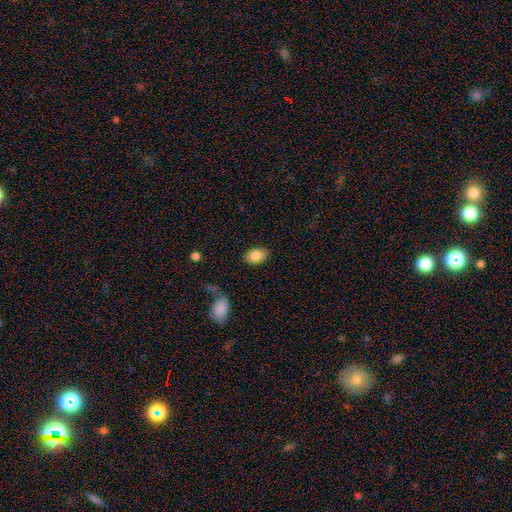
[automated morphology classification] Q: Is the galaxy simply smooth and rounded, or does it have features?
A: smooth — 85%.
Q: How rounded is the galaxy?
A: in between — 86%.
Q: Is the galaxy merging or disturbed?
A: none — 85%.